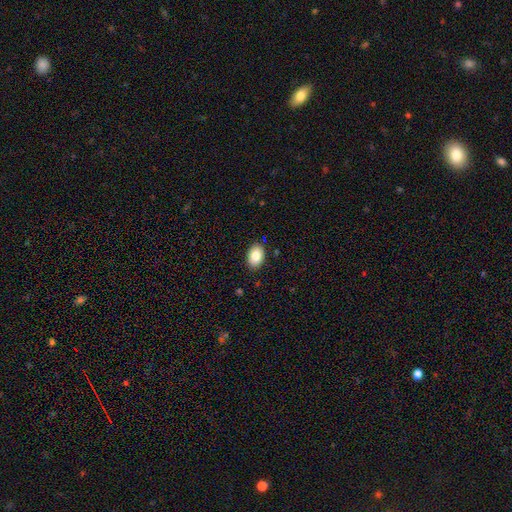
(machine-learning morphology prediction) A smooth galaxy with no disk features (86%) that is in between round and cigar-shaped (88%). Merging: none (88%).